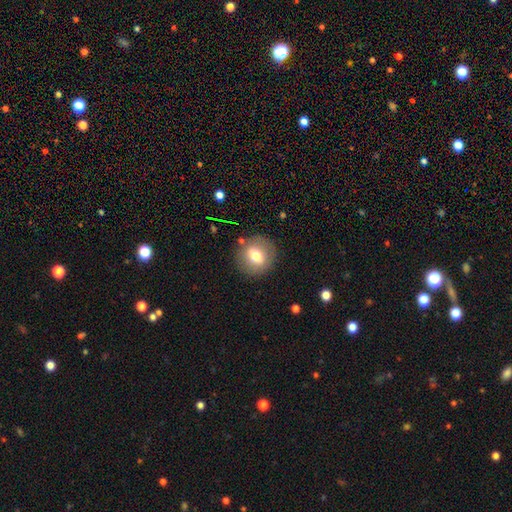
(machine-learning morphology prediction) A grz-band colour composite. It shows a smooth galaxy with no disk features (67%) that is round (81%). Merging: none (84%).